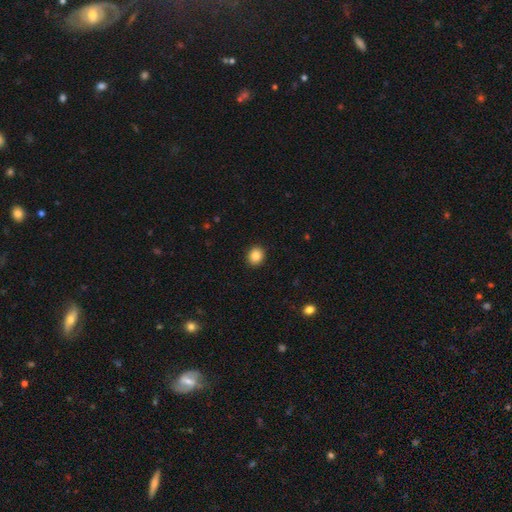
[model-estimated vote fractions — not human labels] smooth-or-featured: smooth: 86% | star or artifact: 9% | featured or disk: 4%
  how-rounded: round: 72% | in between: 27% | cigar-shaped: 1%
  merging: none: 92% | minor disturbance: 5% | major disturbance: 2% | merger: 1%